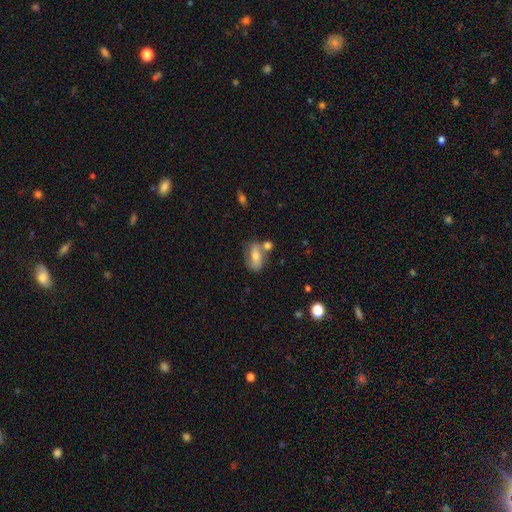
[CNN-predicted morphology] This appears to be a smooth galaxy with no disk features (50%) that is in between round and cigar-shaped (77%). Merging: none (55%).